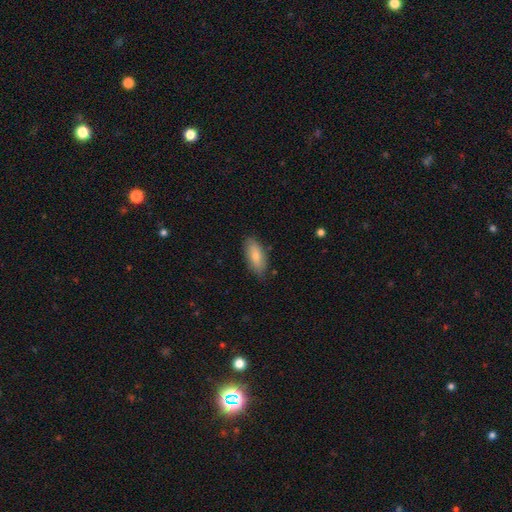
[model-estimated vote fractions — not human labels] Overall: smooth (78%). How rounded: in between (84%). Merging: none (79%).